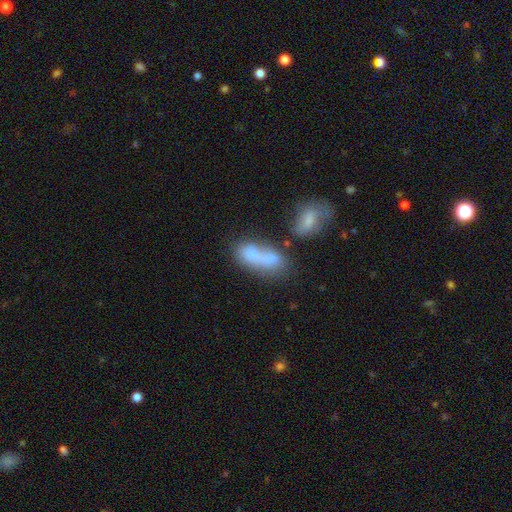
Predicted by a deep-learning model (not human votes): Morphology: type=smooth (67%); roundness=in between (76%); merging=merger (47%).